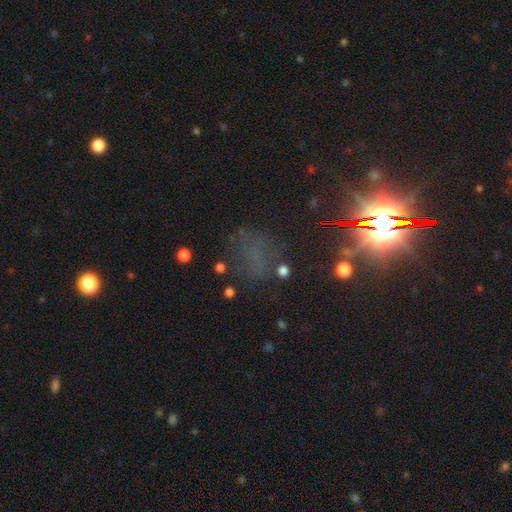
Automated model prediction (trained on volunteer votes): Smooth or featured?
  - star or artifact: 58% *
  - smooth: 25%
  - featured or disk: 17%